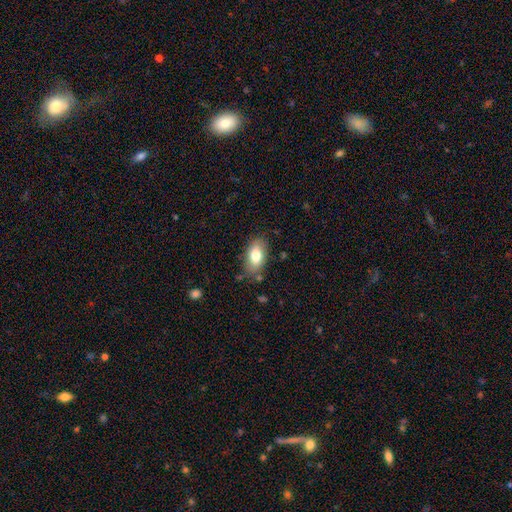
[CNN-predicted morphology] This appears to be a smooth galaxy with no disk features (78%) that is in between round and cigar-shaped (91%). Merging: none (79%).